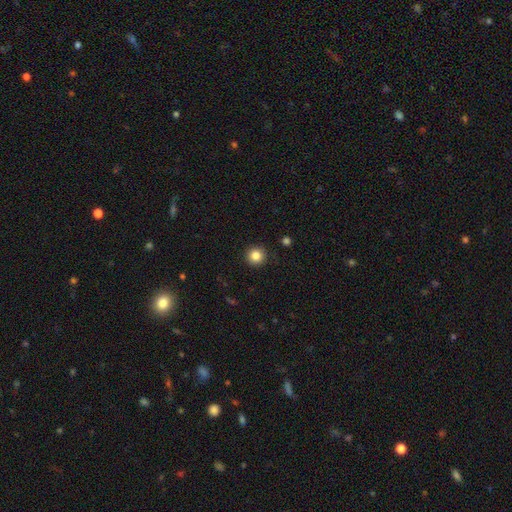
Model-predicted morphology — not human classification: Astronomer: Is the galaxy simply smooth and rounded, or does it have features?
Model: smooth — 84%.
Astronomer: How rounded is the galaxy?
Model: round — 95%.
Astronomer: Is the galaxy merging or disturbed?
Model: none — 91%.